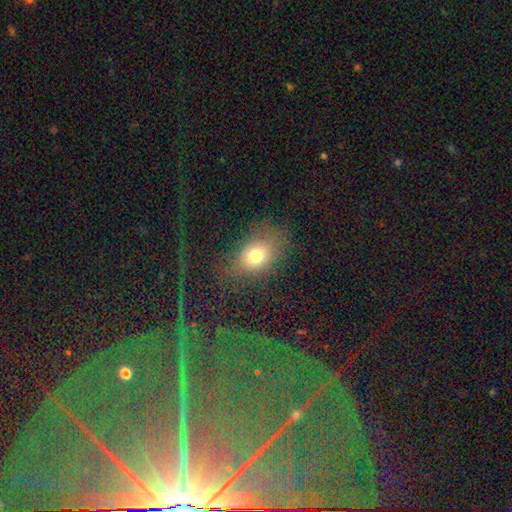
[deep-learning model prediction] Overall: smooth (73%). How rounded: in between (67%; round 31%). Merging: none (66%).